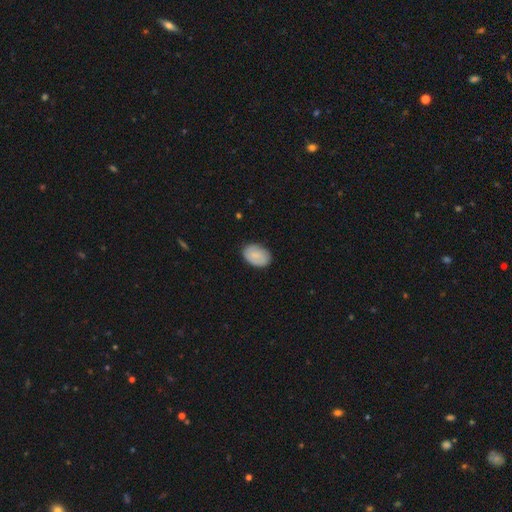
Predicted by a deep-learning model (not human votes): Q: Smooth or featured?
A: smooth (85%); runner-up: featured or disk (9%)
Q: How rounded?
A: in between (85%); runner-up: round (13%)
Q: Merging?
A: none (83%); runner-up: minor disturbance (13%)